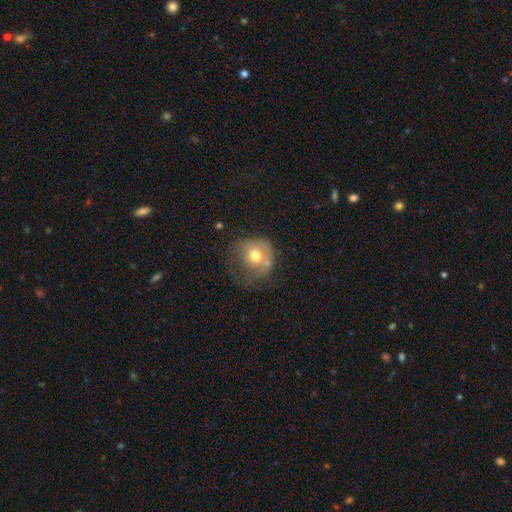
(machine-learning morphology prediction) This appears to be a smooth galaxy with no disk features (63%) that is round (77%). Merging: none (31%).